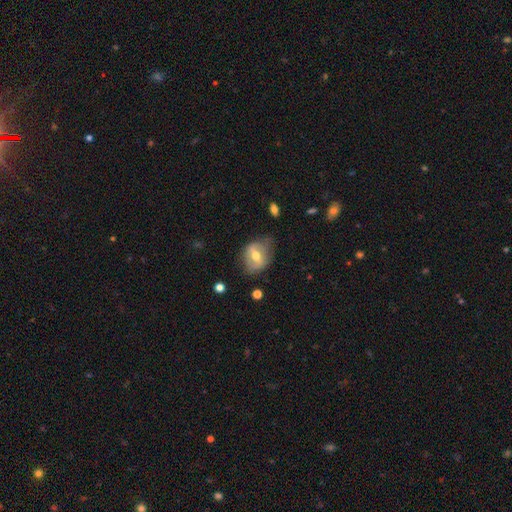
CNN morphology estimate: Smooth or featured: featured or disk — 52% (smooth — 41%)
Edge-on disk: no — 92% (yes — 8%)
Merging: none — 61% (minor disturbance — 27%)